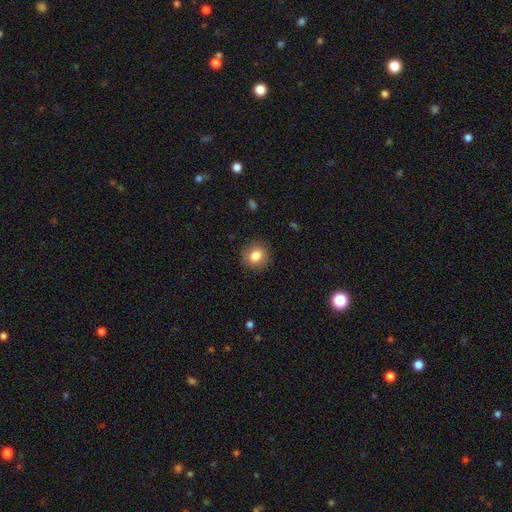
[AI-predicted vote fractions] Overall: smooth (83%). How rounded: round (85%). Merging: none (88%).